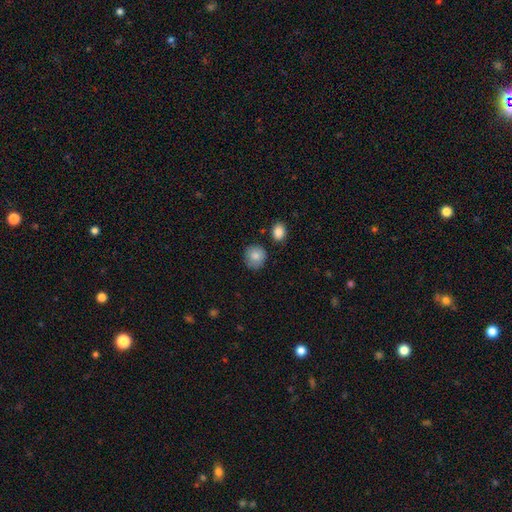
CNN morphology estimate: This is clearly a smooth galaxy (83%). How rounded: clearly round (88%). Merging: clearly none (81%).